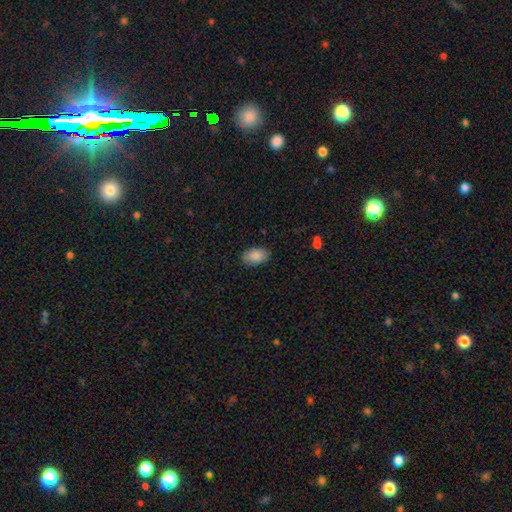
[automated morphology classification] A smooth galaxy with no disk features (89%) that is in between round and cigar-shaped (92%). Merging: none (87%).